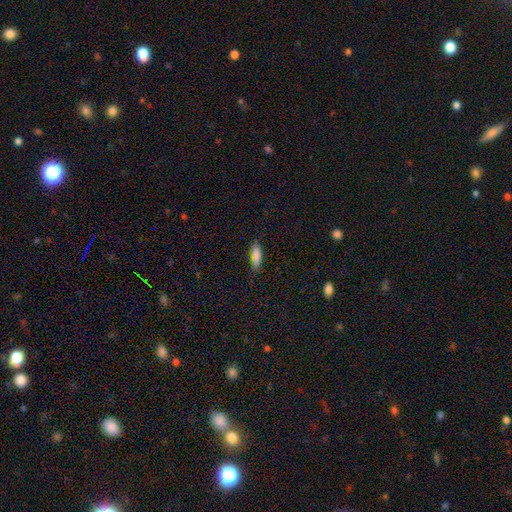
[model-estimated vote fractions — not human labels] smooth 84%, star or artifact 8%, featured or disk 8%. Down the decision tree: how rounded — cigar-shaped (50%); merging — none (77%).